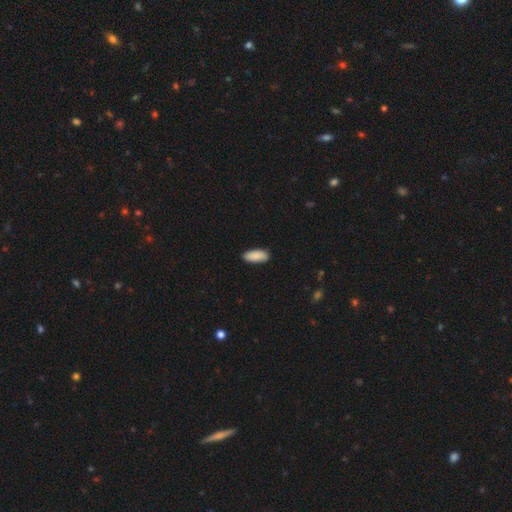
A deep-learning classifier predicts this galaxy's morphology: Smooth or featured? Predicted: smooth (p=0.90). How rounded? Predicted: in between (p=0.85). Merging? Predicted: none (p=0.88).